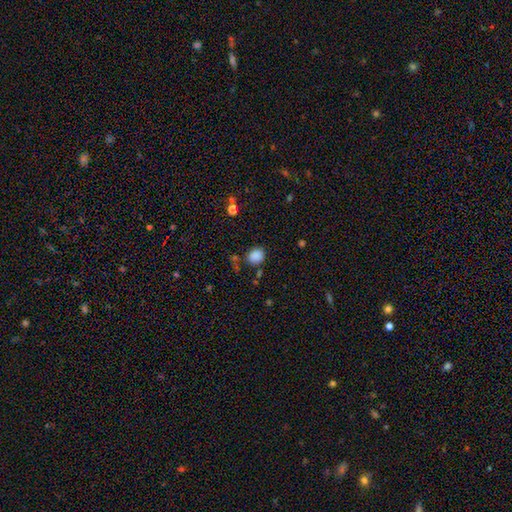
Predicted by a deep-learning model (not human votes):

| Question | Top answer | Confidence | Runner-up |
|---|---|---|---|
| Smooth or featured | smooth | 85% | star or artifact (11%) |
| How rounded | round | 64% | in between (35%) |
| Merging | none | 74% | minor disturbance (15%) |